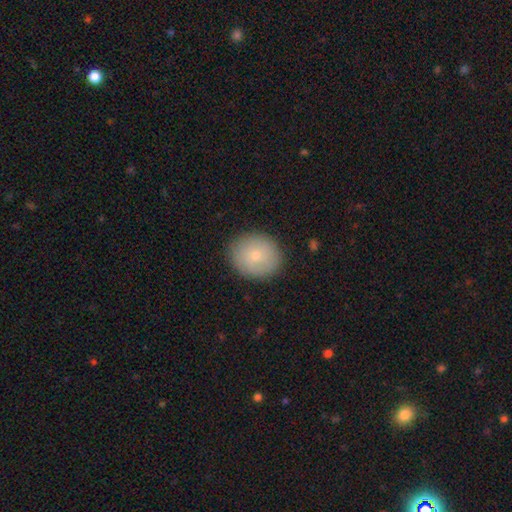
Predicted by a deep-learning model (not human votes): smooth-or-featured: smooth: 71% | featured or disk: 22% | star or artifact: 8%
  how-rounded: round: 80% | in between: 19% | cigar-shaped: 1%
  merging: none: 87% | minor disturbance: 10% | major disturbance: 2% | merger: 1%